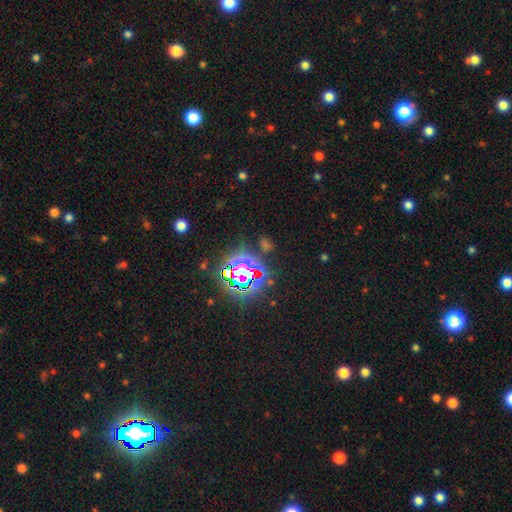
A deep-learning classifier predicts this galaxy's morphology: Smooth or featured?
  - star or artifact: 82% *
  - smooth: 11%
  - featured or disk: 7%